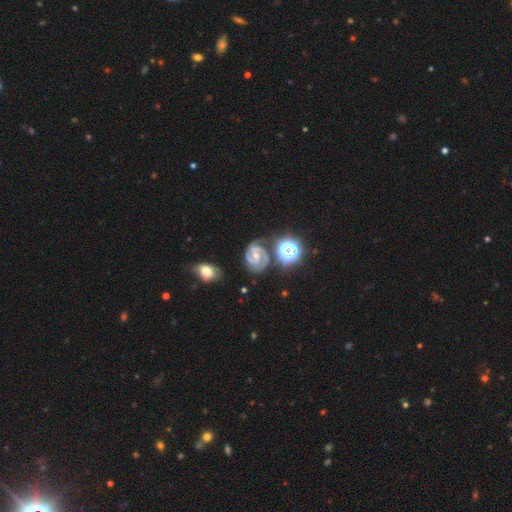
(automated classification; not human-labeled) Smooth or featured? featured or disk (83%)
Edge-on disk? no (98%)
Bar? weak (46%)
Spiral arms? yes (97%)
Spiral winding? tight (49%)
Spiral arm count? 2 (82%)
Bulge size? moderate (49%)
Merging? none (70%)